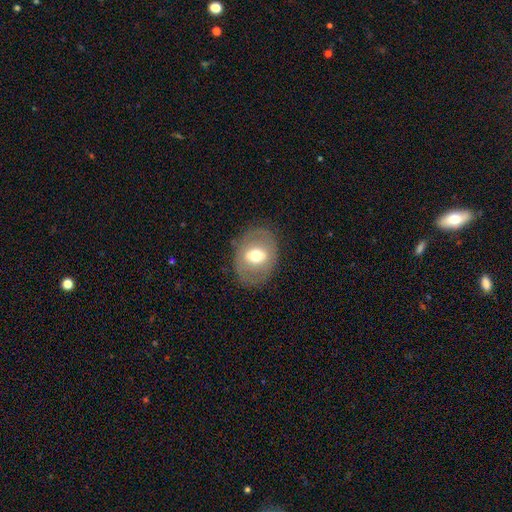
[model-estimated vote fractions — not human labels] smooth 50%, featured or disk 42%, star or artifact 8%. Down the decision tree: how rounded — in between (57%); merging — none (79%).